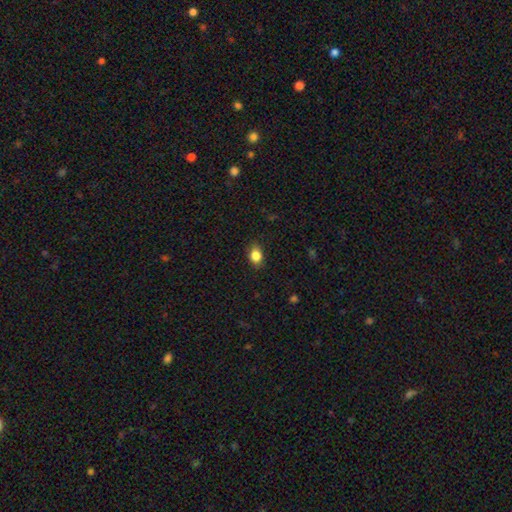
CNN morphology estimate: Smooth or featured? Predicted: smooth (p=0.85). How rounded? Predicted: in between (p=0.67). Merging? Predicted: none (p=0.83).